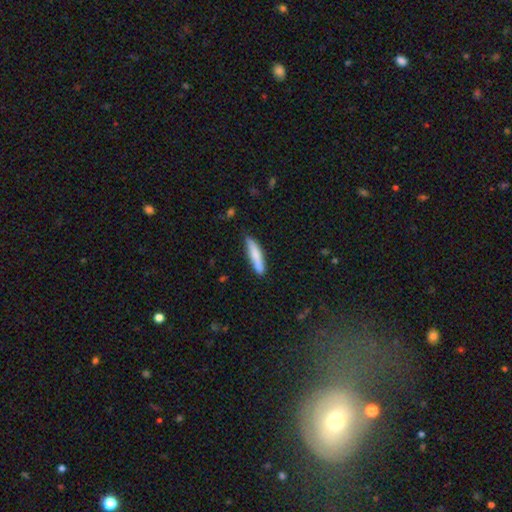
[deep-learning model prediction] A smooth galaxy with no disk features (76%) that is cigar-shaped (85%). Merging: none (81%).